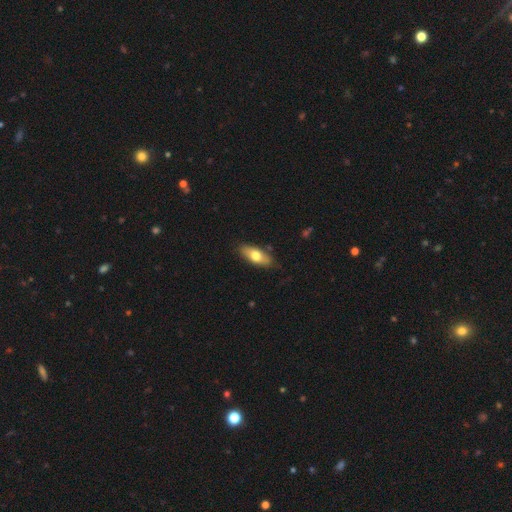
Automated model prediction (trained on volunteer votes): A smooth galaxy with no disk features (67%) that is in between round and cigar-shaped (78%).

Vote fractions:
- Smooth or featured? smooth: 67% / featured or disk: 27% / star or artifact: 6%
- How rounded? in between: 78% / cigar-shaped: 19% / round: 3%
- Merging? none: 81% / minor disturbance: 14% / major disturbance: 3% / merger: 2%